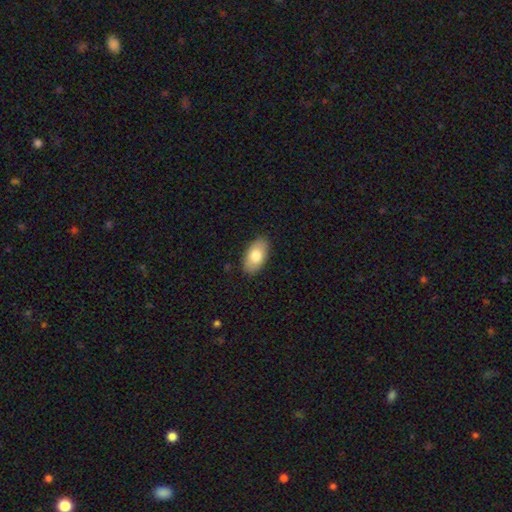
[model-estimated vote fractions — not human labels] Overall: smooth (78%). How rounded: in between (94%). Merging: none (87%).